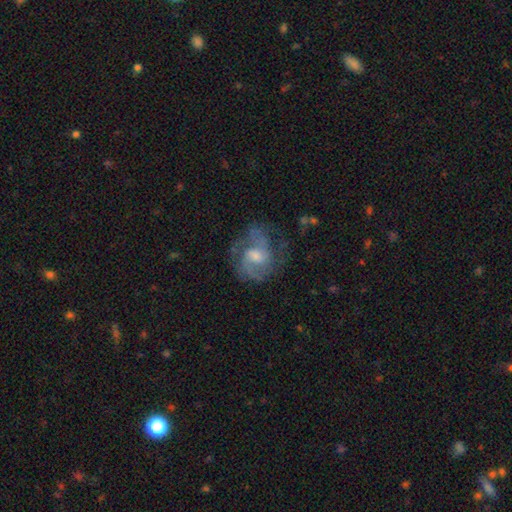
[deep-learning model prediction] smooth_or_featured: featured or disk (p=0.76) [alt: smooth p=0.14]
disk_edge_on: no (p=0.97) [alt: yes p=0.03]
bar: weak (p=0.45) [tied with: no p=0.45]
has_spiral_arms: yes (p=0.91) [alt: no p=0.09]
spiral_winding: medium (p=0.49) [alt: tight p=0.35]
spiral_arm_count: 2 (p=0.46) [alt: can't tell p=0.21]
bulge_size: moderate (p=0.55) [alt: small p=0.27]
merging: none (p=0.67) [alt: minor disturbance p=0.19]